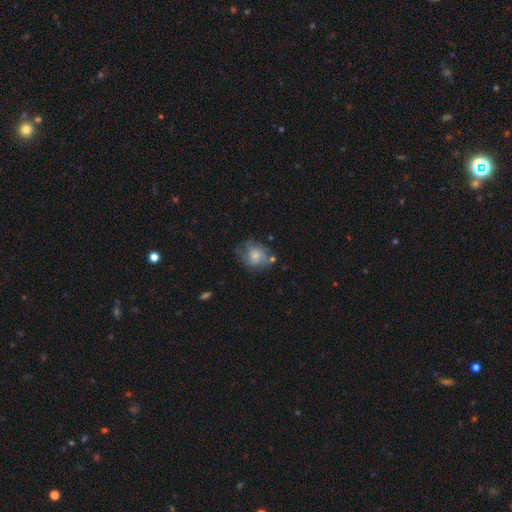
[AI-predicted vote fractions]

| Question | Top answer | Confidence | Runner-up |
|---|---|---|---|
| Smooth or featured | smooth | 48% | featured or disk (43%) |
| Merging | none | 50% | minor disturbance (27%) |